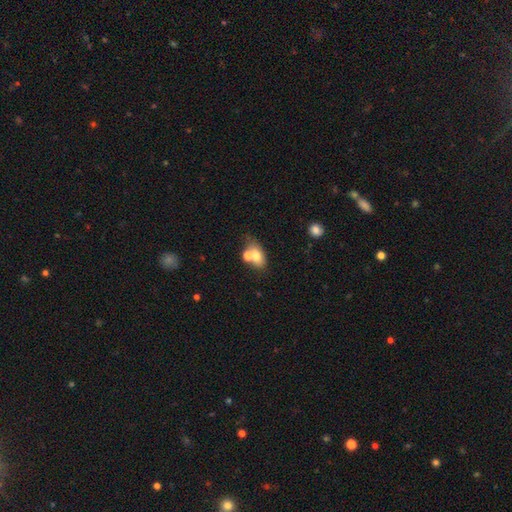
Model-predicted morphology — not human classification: Smooth or featured? smooth (70%)
How rounded? in between (81%)
Merging? merger (40%)